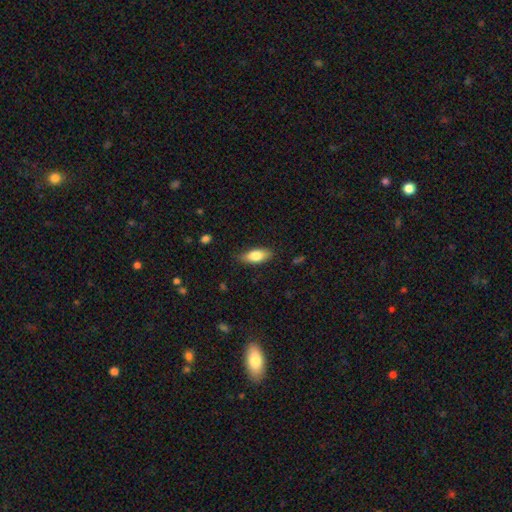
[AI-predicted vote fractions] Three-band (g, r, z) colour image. It shows a smooth galaxy with no disk features (78%) that is in between round and cigar-shaped (81%). Merging: none (82%).